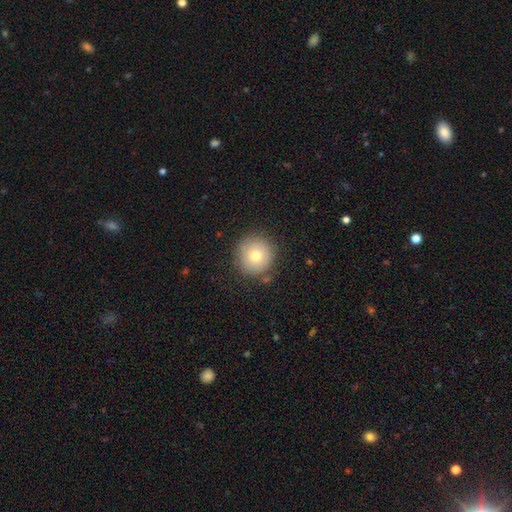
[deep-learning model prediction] Smooth or featured: smooth — 73% (featured or disk — 16%)
How rounded: round — 95% (in between — 4%)
Merging: none — 84% (minor disturbance — 11%)